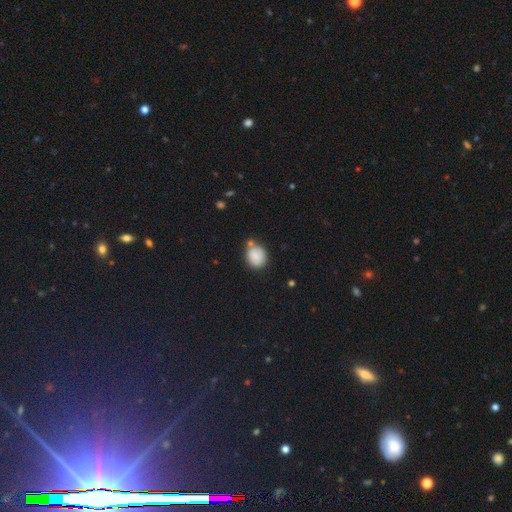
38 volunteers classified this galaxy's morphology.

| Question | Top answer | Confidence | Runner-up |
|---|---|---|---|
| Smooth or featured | smooth | 87% | star or artifact (8%) |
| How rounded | in between | 52% | round (48%) |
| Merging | none | 69% | minor disturbance (17%) |